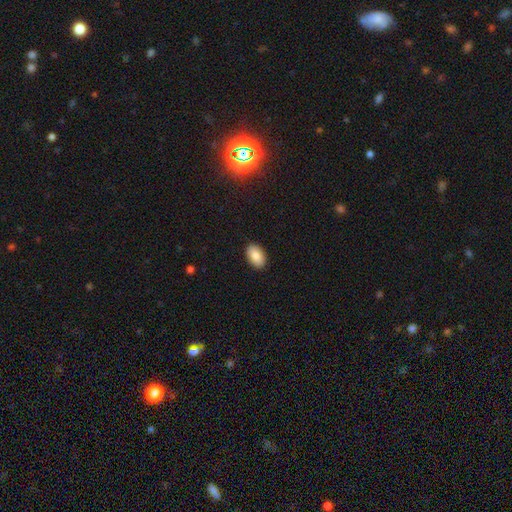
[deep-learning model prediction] Smooth or featured?
  - smooth: 86% *
  - featured or disk: 7%
  - star or artifact: 7%
How rounded?
  - in between: 92% *
  - round: 6%
  - cigar-shaped: 1%
Merging?
  - none: 90% *
  - minor disturbance: 8%
  - major disturbance: 2%
  - merger: 1%